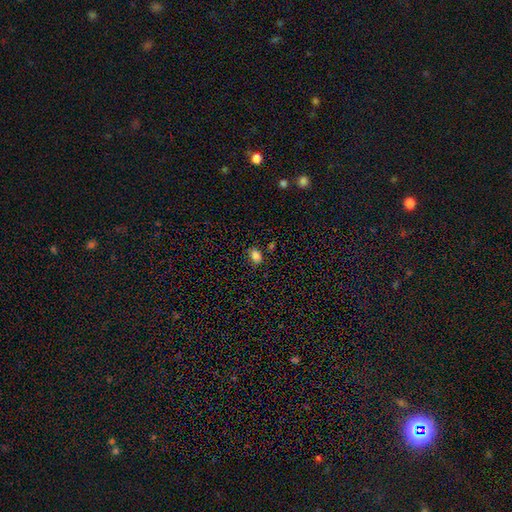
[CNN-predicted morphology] type=smooth (83%); roundness=in between (78%); merging=none (80%).